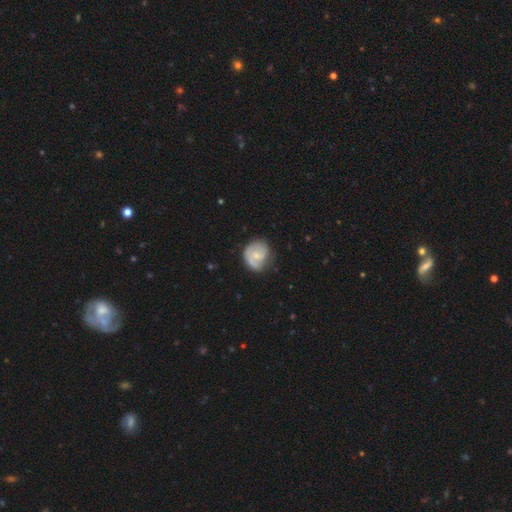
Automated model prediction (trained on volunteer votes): The model was most divided on "smooth or featured": featured or disk: 54%, smooth: 39%, star or artifact: 6%. More confident: edge-on disk — no (98%); spiral arms — yes (81%); bar — no (70%); merging — none (62%); bulge size — small (61%).